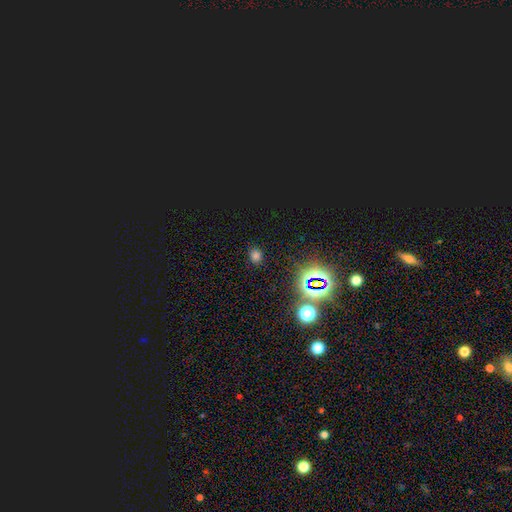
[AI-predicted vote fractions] Q: Smooth or featured?
A: smooth (62%); runner-up: star or artifact (32%)
Q: How rounded?
A: round (71%); runner-up: in between (28%)
Q: Merging?
A: none (87%); runner-up: minor disturbance (8%)